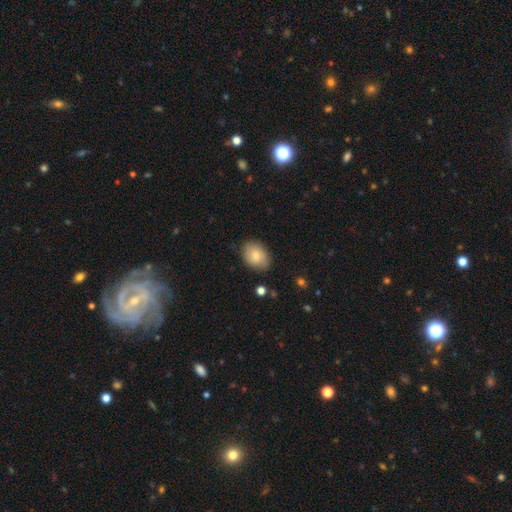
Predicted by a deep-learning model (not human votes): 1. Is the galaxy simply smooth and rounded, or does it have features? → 81% smooth, 12% featured or disk, 7% star or artifact.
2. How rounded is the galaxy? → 75% in between, 24% round, 1% cigar-shaped.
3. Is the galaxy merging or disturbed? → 83% none, 13% minor disturbance, 3% major disturbance, 1% merger.